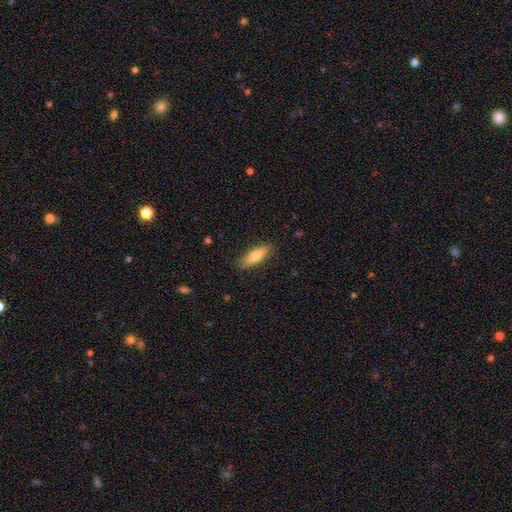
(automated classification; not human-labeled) Q: Smooth or featured?
A: smooth (73%); runner-up: featured or disk (21%)
Q: How rounded?
A: cigar-shaped (56%); runner-up: in between (42%)
Q: Merging?
A: none (85%); runner-up: minor disturbance (11%)